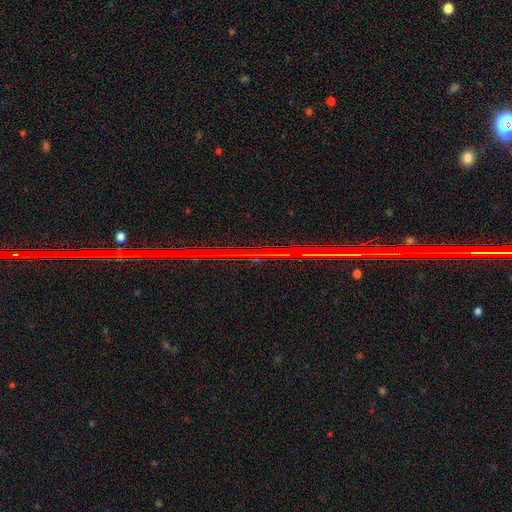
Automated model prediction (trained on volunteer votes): Smooth or featured?
  - star or artifact: 80% *
  - featured or disk: 13%
  - smooth: 7%